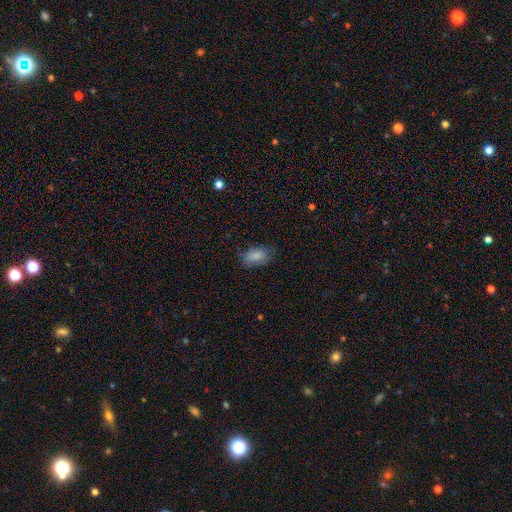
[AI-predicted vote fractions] Smooth or featured? smooth (85%)
How rounded? in between (92%)
Merging? none (71%)